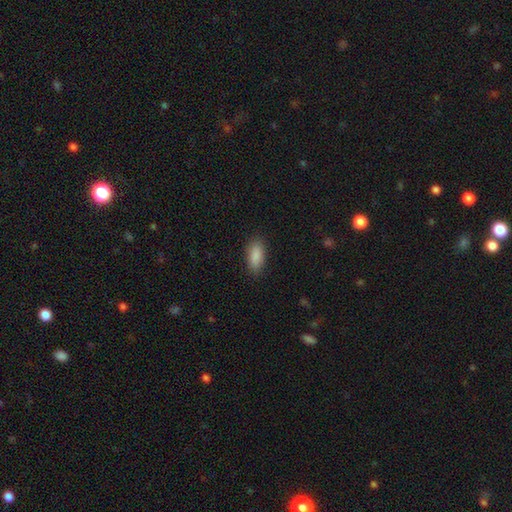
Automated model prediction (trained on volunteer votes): Smooth or featured: smooth — 89% (star or artifact — 7%)
How rounded: in between — 85% (cigar-shaped — 12%)
Merging: none — 86% (minor disturbance — 10%)